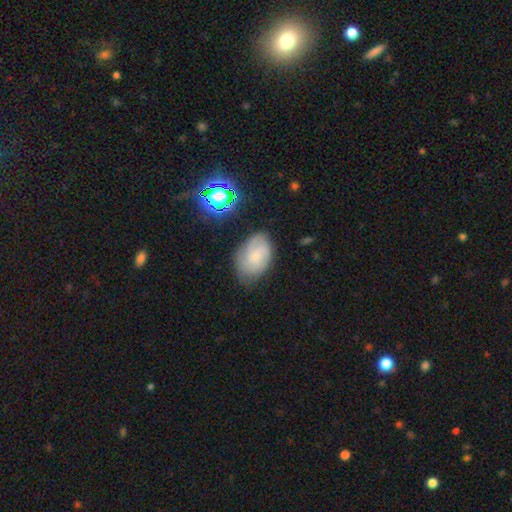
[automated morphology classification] This is possibly a smooth galaxy (48%). Merging: likely none (67%).